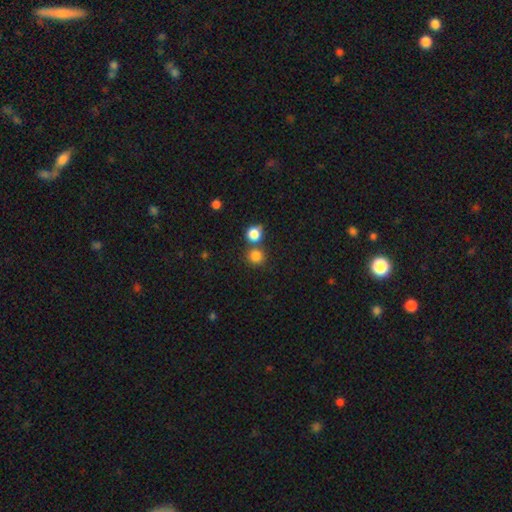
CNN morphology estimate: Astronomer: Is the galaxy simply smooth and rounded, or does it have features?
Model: smooth — 82%.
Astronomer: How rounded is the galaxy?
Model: round — 89%.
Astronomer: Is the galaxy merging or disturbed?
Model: none — 64%.